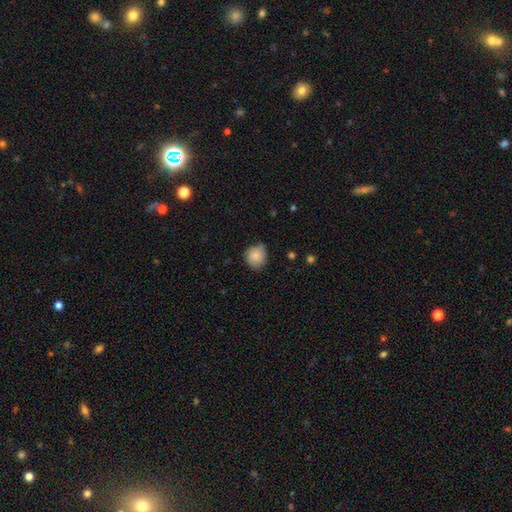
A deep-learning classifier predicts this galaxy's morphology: Smooth or featured? Predicted: smooth (p=0.80). How rounded? Predicted: round (p=0.78). Merging? Predicted: none (p=0.66).